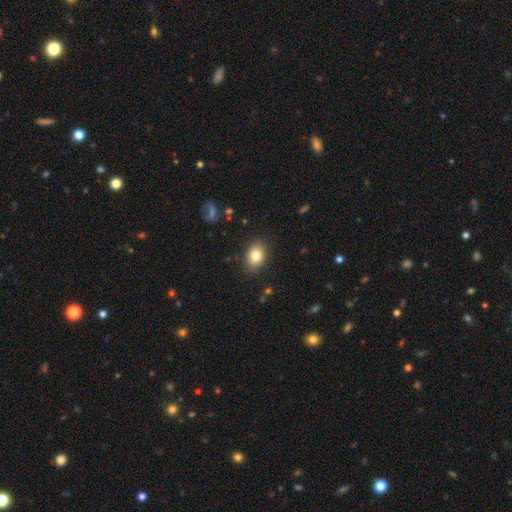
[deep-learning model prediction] Smooth or featured? smooth (82%)
How rounded? in between (65%)
Merging? none (87%)